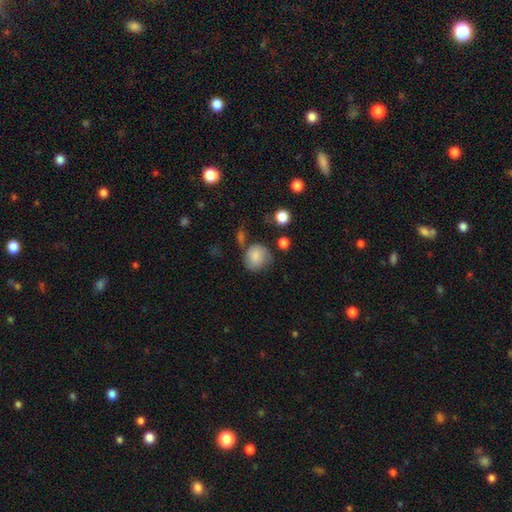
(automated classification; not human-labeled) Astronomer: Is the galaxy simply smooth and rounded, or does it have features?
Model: smooth — 80%.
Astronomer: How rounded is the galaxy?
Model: round — 76%.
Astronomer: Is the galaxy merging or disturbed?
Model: none — 56%.